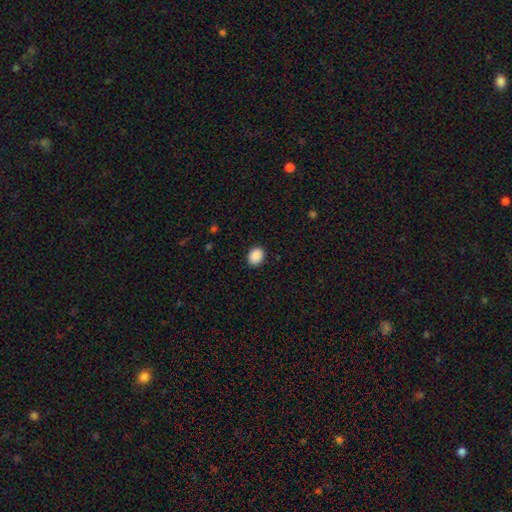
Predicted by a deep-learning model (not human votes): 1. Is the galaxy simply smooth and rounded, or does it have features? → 90% smooth, 8% star or artifact, 2% featured or disk.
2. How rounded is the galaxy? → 52% round, 47% in between, 1% cigar-shaped.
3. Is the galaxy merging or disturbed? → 90% none, 7% minor disturbance, 2% major disturbance, 1% merger.